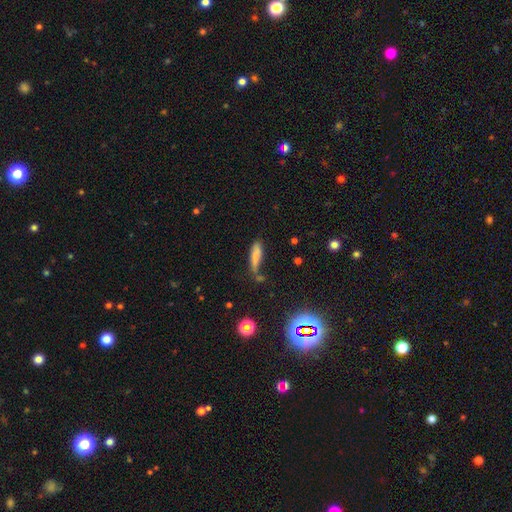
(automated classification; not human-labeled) Smooth or featured? Predicted: smooth (p=0.77). How rounded? Predicted: cigar-shaped (p=0.60). Merging? Predicted: none (p=0.53).